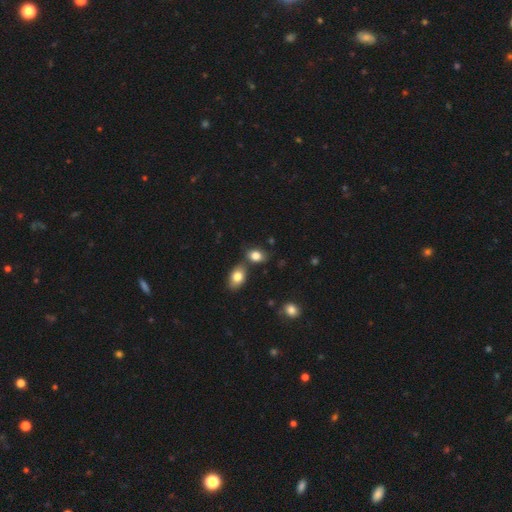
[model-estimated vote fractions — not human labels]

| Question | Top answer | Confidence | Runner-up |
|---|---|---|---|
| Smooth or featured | smooth | 83% | star or artifact (9%) |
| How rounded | in between | 80% | round (18%) |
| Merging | none | 61% | merger (20%) |